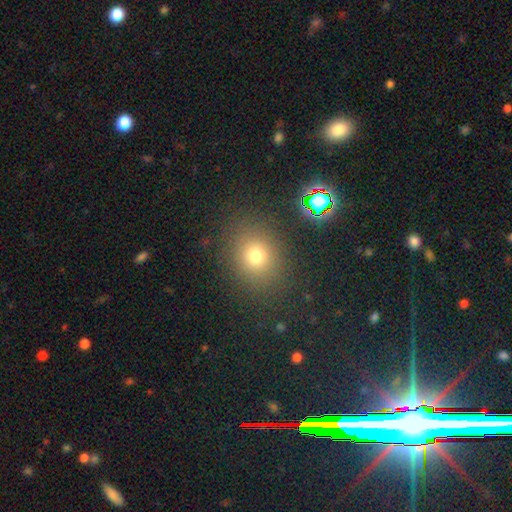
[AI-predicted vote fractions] Smooth or featured: smooth — 73% (star or artifact — 19%)
How rounded: round — 67% (in between — 32%)
Merging: none — 85% (minor disturbance — 9%)